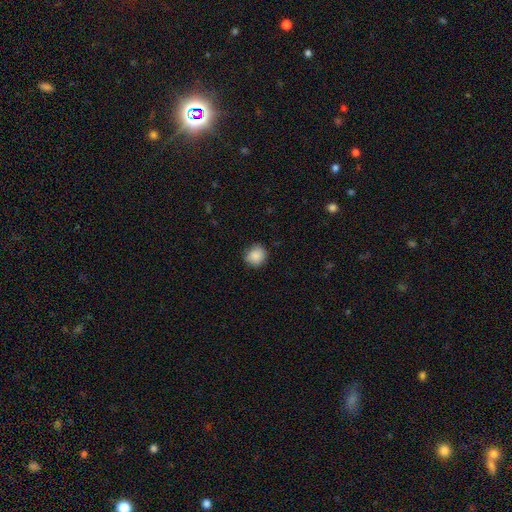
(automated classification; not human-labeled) A smooth galaxy with no disk features (87%) that is round (84%). Merging: none (80%).